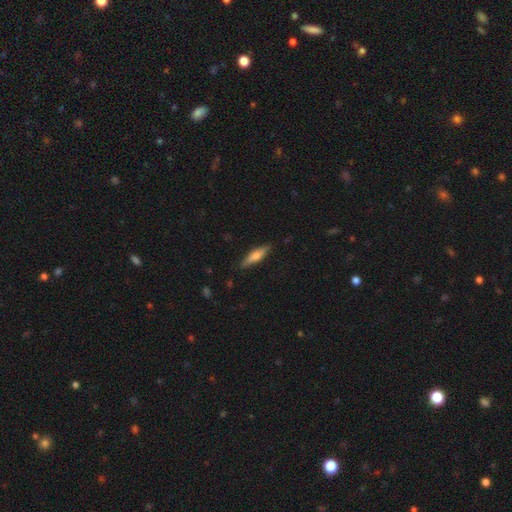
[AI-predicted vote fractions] This is possibly a smooth galaxy (56%). How rounded: likely cigar-shaped (68%). Merging: clearly none (85%).